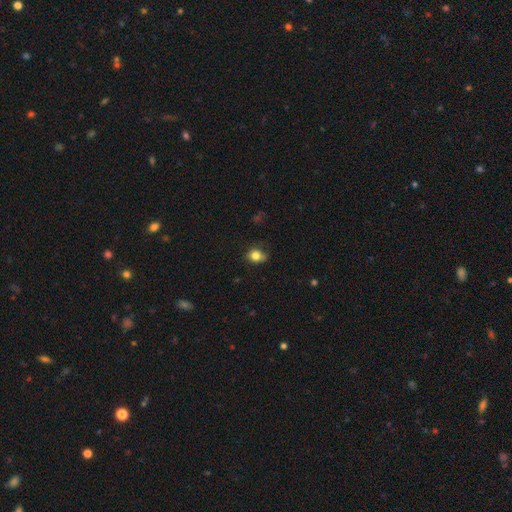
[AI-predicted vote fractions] Q: Smooth or featured?
A: smooth (81%); runner-up: star or artifact (11%)
Q: How rounded?
A: round (54%); runner-up: in between (45%)
Q: Merging?
A: none (62%); runner-up: minor disturbance (29%)